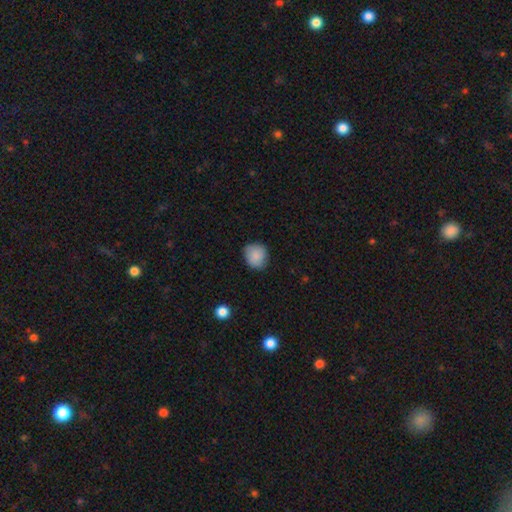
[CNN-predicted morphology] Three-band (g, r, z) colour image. It shows a smooth galaxy with no disk features (86%) that is round (76%). Merging: none (77%).